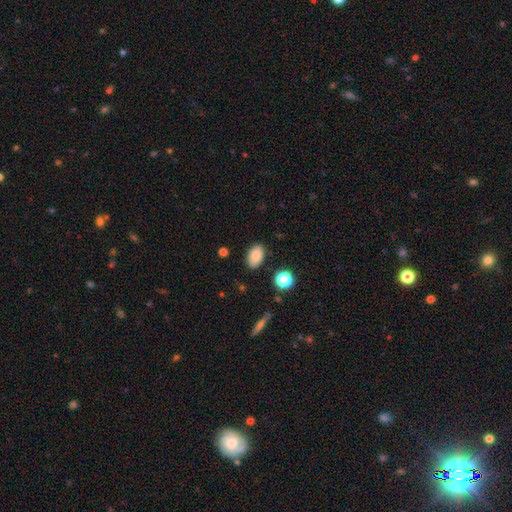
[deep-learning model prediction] The model was most divided on "merging": none: 85%, minor disturbance: 11%, major disturbance: 3%, merger: 2%. More confident: how rounded — in between (89%); smooth or featured — smooth (85%).